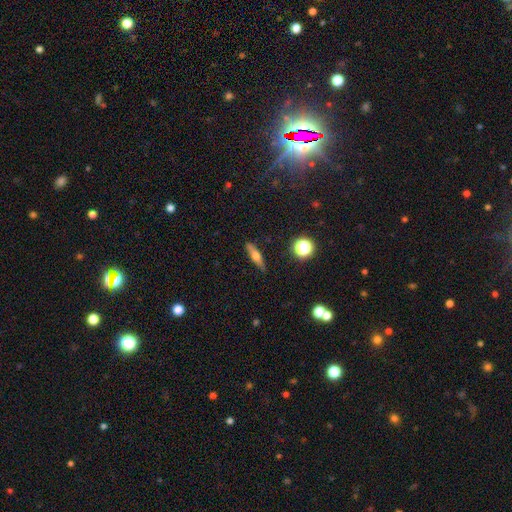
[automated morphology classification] Smooth or featured?
  - smooth: 48% *
  - featured or disk: 44%
  - star or artifact: 9%
Merging?
  - none: 87% *
  - minor disturbance: 10%
  - major disturbance: 2%
  - merger: 1%